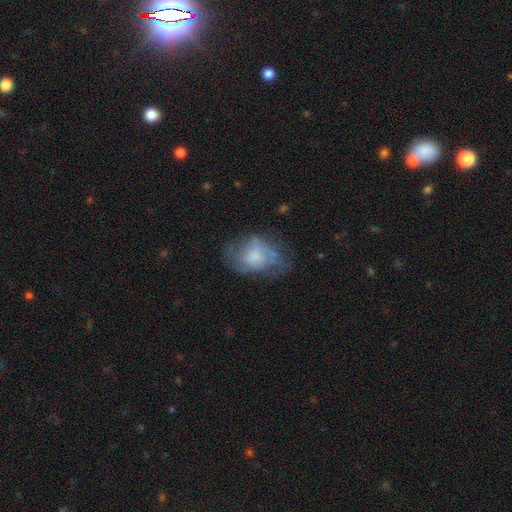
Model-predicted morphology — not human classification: smooth 48%, featured or disk 44%, star or artifact 9%. Down the decision tree: merging — none (42%).